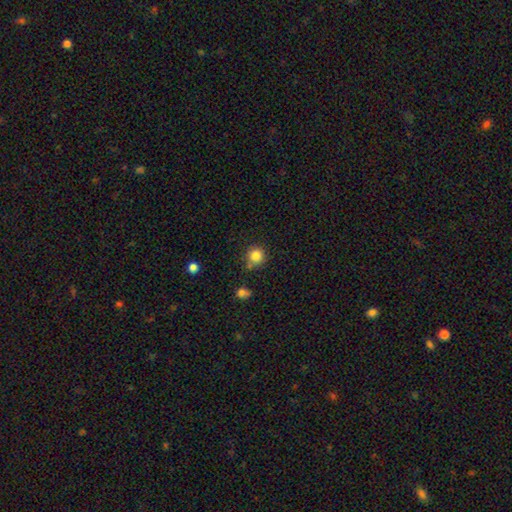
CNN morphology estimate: Smooth or featured?
  - smooth: 83% *
  - star or artifact: 11%
  - featured or disk: 6%
How rounded?
  - round: 92% *
  - in between: 7%
  - cigar-shaped: 1%
Merging?
  - none: 74% *
  - minor disturbance: 14%
  - merger: 8%
  - major disturbance: 4%